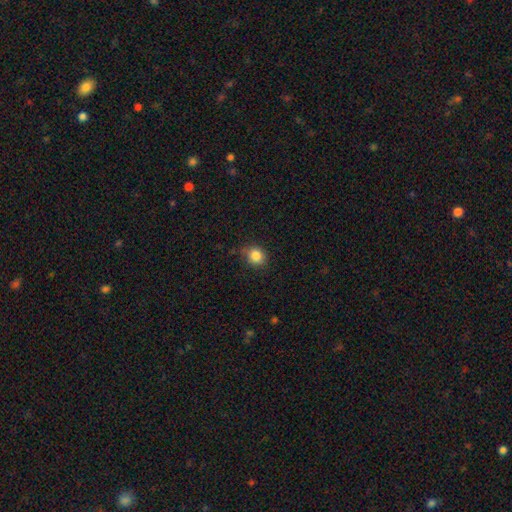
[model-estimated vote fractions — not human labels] This appears to be a smooth galaxy with no disk features (85%) that is round (73%). Merging: none (77%).